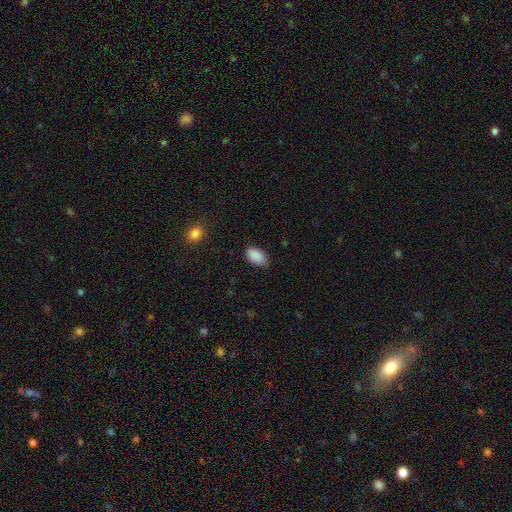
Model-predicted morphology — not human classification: smooth 89%, star or artifact 7%, featured or disk 3%. Down the decision tree: how rounded — in between (93%); merging — none (77%).